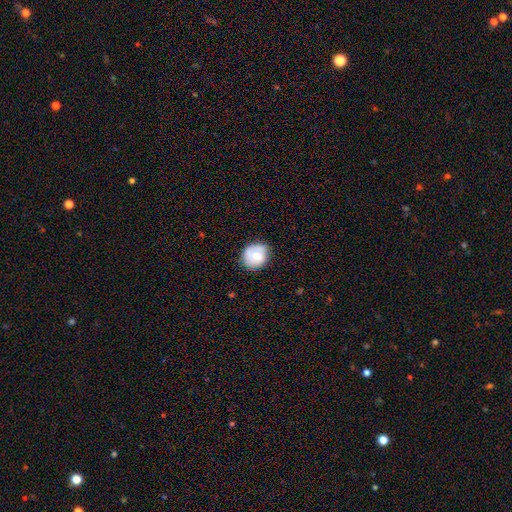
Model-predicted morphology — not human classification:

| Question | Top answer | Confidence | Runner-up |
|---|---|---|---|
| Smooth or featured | smooth | 65% | featured or disk (27%) |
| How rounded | round | 74% | in between (25%) |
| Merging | none | 70% | minor disturbance (23%) |